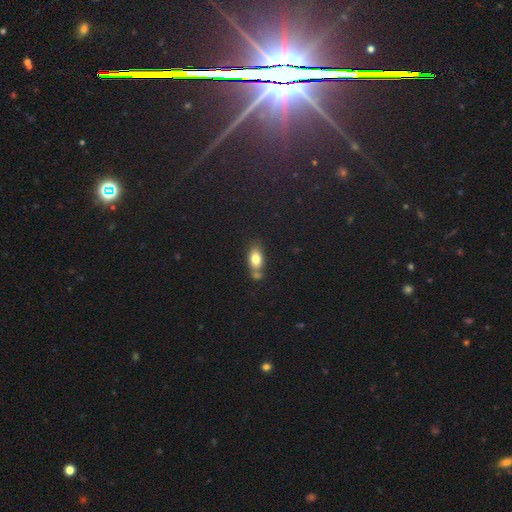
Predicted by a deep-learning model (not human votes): Overall: smooth (71%). How rounded: in between (84%). Merging: none (66%).